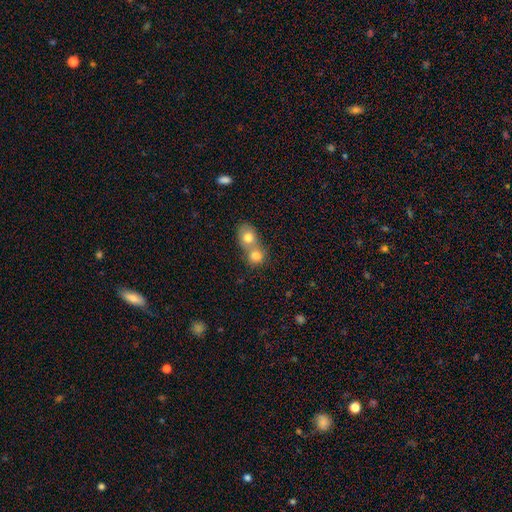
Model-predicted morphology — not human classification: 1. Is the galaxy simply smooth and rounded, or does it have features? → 77% smooth, 14% featured or disk, 9% star or artifact.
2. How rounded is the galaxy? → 72% round, 27% in between, 1% cigar-shaped.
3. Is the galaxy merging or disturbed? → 68% merger, 25% none, 5% minor disturbance, 2% major disturbance.